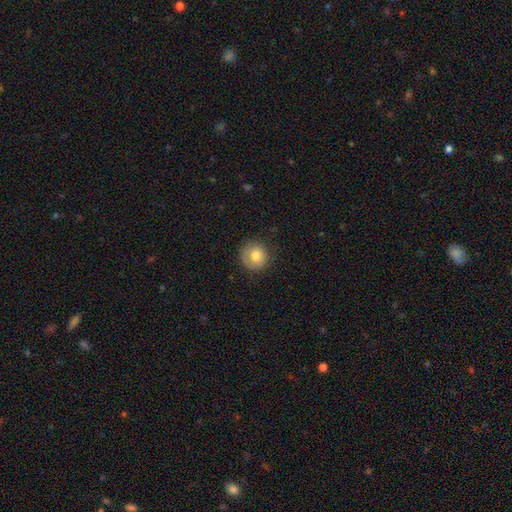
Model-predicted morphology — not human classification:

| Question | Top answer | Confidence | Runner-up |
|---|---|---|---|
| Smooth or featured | smooth | 74% | featured or disk (18%) |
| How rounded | round | 92% | in between (7%) |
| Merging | none | 78% | minor disturbance (15%) |